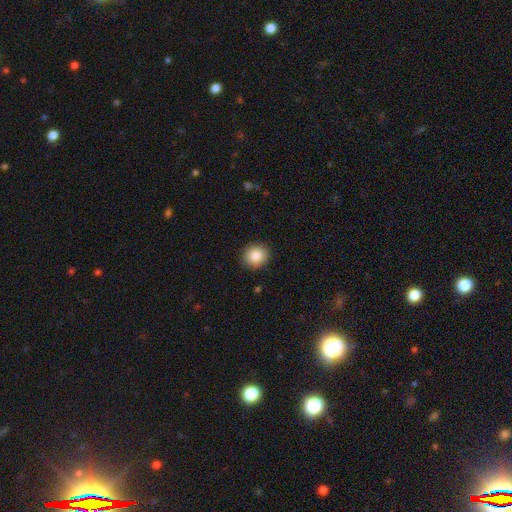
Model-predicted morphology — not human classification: Smooth or featured?
  - smooth: 86% *
  - star or artifact: 9%
  - featured or disk: 6%
How rounded?
  - round: 81% *
  - in between: 18%
  - cigar-shaped: 1%
Merging?
  - none: 90% *
  - minor disturbance: 7%
  - major disturbance: 2%
  - merger: 1%